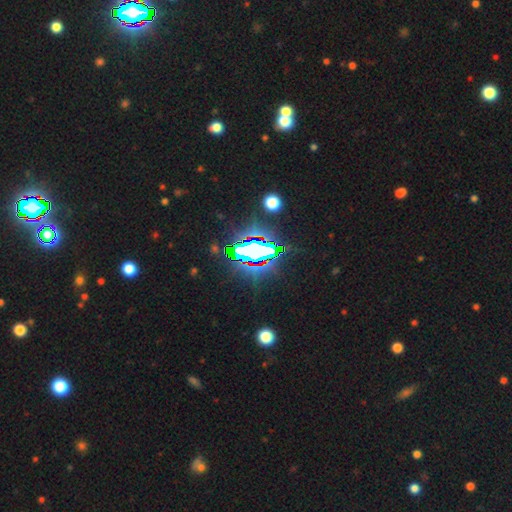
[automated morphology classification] type=star or artifact (70%).